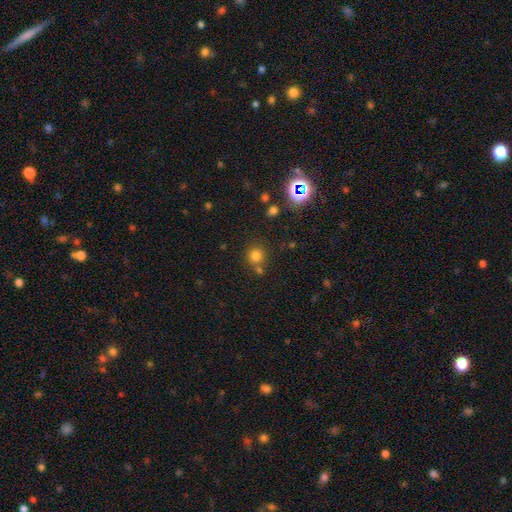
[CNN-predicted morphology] smooth 76%, star or artifact 18%, featured or disk 6%. Down the decision tree: how rounded — round (90%); merging — none (68%).